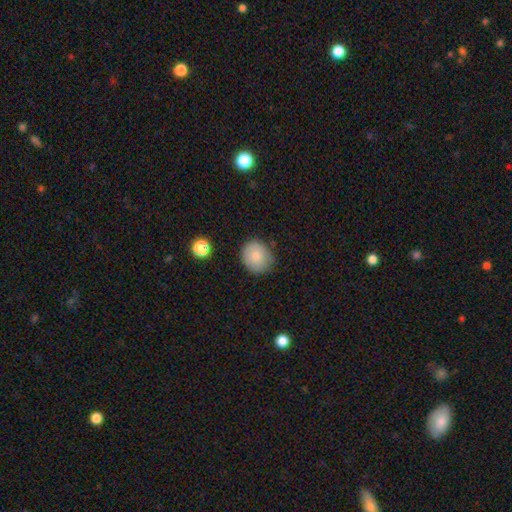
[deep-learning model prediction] Morphology: type=smooth (82%); roundness=round (70%); merging=none (76%).